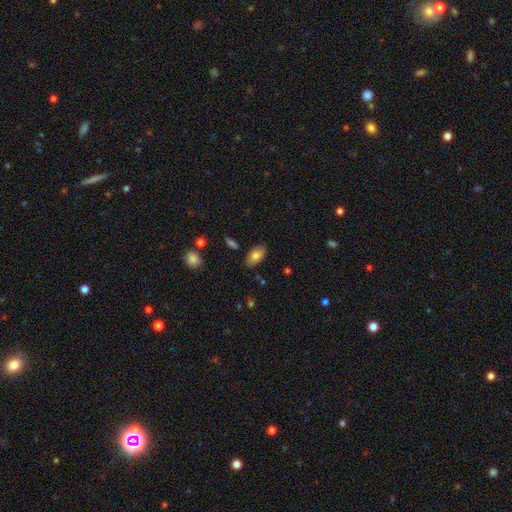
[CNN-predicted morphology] This appears to be a smooth galaxy with no disk features (79%) that is in between round and cigar-shaped (93%). Merging: none (83%).